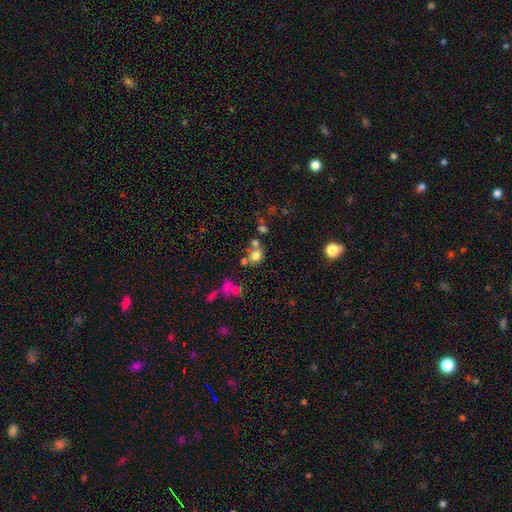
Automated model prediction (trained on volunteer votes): Overall: smooth (71%). How rounded: round (74%). Merging: none (50%; merger 34%).